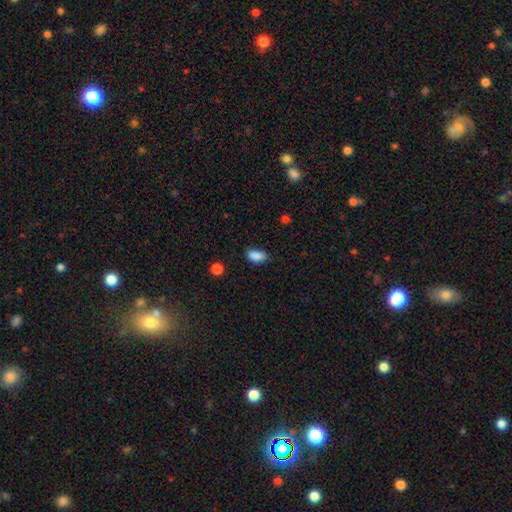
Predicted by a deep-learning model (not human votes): Smooth or featured?
  - smooth: 86% *
  - star or artifact: 9%
  - featured or disk: 5%
How rounded?
  - in between: 88% *
  - cigar-shaped: 6%
  - round: 6%
Merging?
  - none: 64% *
  - minor disturbance: 28%
  - major disturbance: 5%
  - merger: 3%